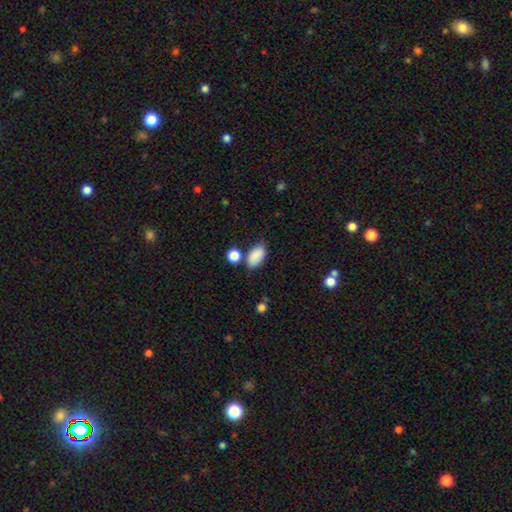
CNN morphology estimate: Smooth or featured? smooth (87%)
How rounded? in between (92%)
Merging? none (68%)